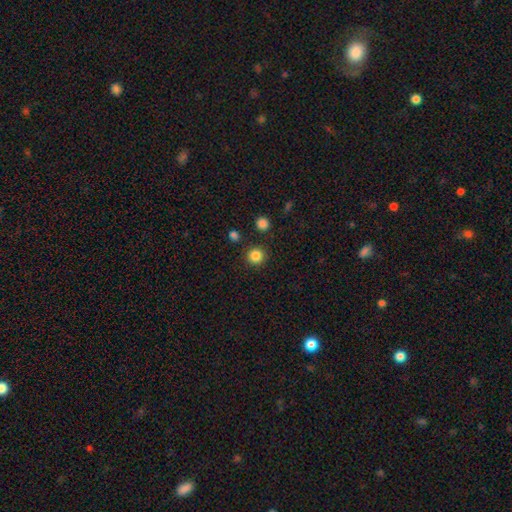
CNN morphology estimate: This appears to be a smooth galaxy with no disk features (85%) that is round (95%). Merging: none (90%).